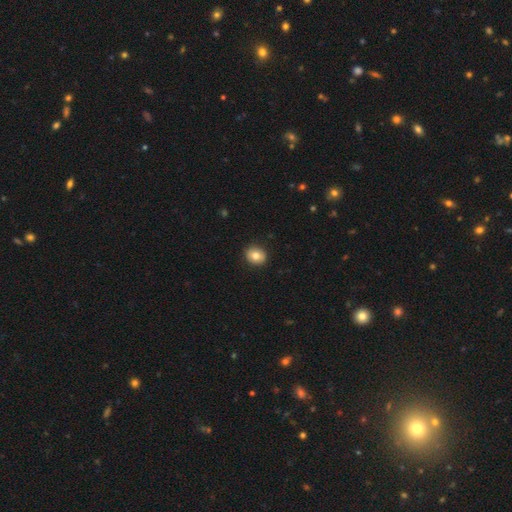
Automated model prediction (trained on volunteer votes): This is likely a smooth galaxy (80%). How rounded: likely round (69%). Merging: clearly none (91%).